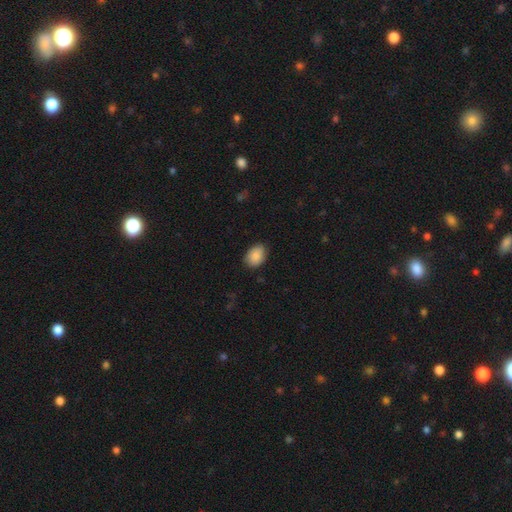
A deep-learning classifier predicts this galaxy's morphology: smooth_or_featured: smooth (p=0.88) [alt: star or artifact p=0.07]
how_rounded: in between (p=0.78) [alt: round p=0.21]
merging: none (p=0.83) [alt: minor disturbance p=0.13]